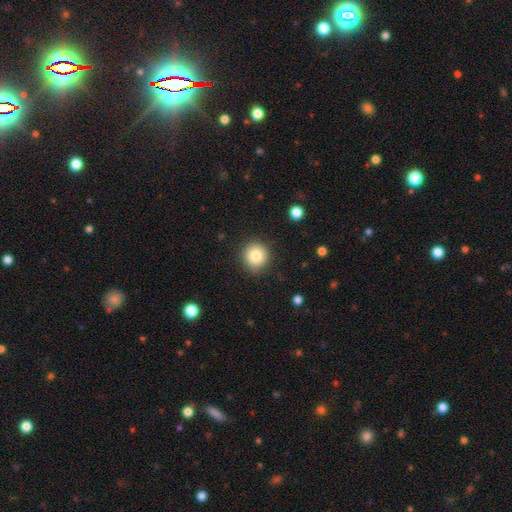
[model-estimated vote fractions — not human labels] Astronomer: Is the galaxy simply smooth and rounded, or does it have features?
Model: smooth — 81%.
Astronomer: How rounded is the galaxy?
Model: round — 94%.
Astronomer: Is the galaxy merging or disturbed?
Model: none — 89%.